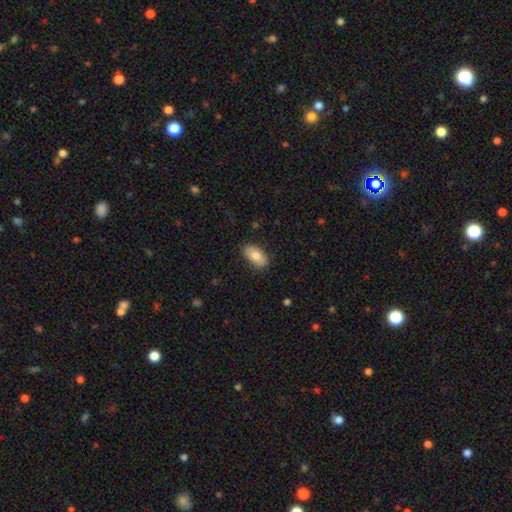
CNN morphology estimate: The model was most divided on "smooth or featured": smooth: 79%, featured or disk: 14%, star or artifact: 7%. More confident: how rounded — in between (93%); merging — none (84%).